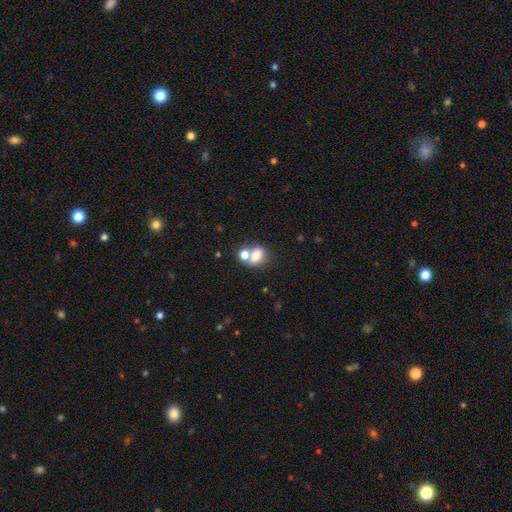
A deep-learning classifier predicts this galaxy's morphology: The model was most divided on "merging": merger: 49%, none: 36%, minor disturbance: 10%, major disturbance: 5%. More confident: smooth or featured — smooth (75%); how rounded — in between (68%).